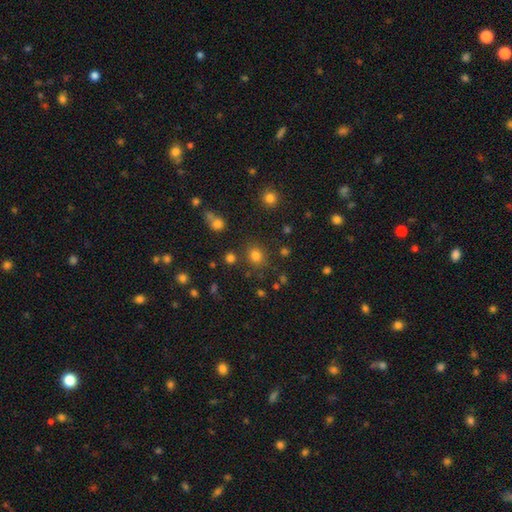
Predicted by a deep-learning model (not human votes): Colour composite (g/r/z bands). It shows a smooth galaxy with no disk features (78%) that is round (79%). Merging: none (81%).